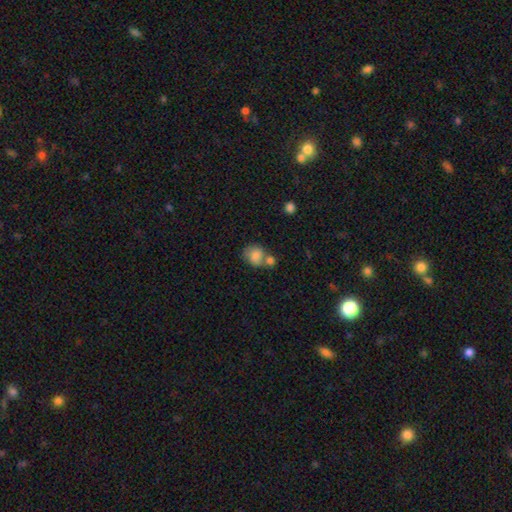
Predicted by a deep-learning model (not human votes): smooth 78%, featured or disk 14%, star or artifact 9%. Down the decision tree: how rounded — round (69%); merging — merger (42%).